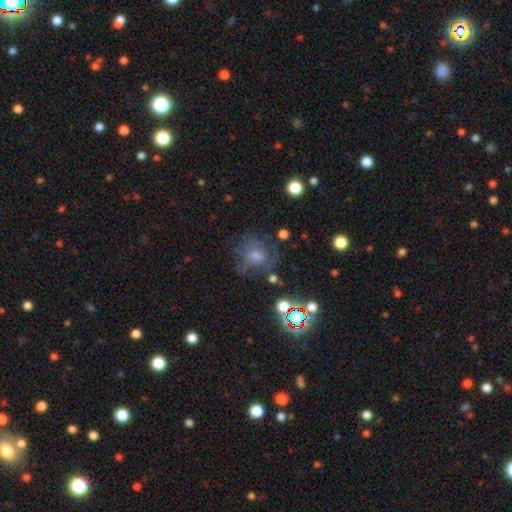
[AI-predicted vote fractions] This is marginally a featured or disk galaxy (38%). Merging: likely none (64%).